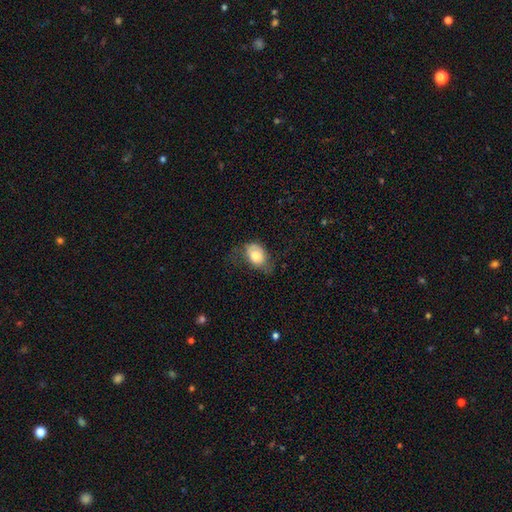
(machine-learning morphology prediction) The model was most divided on "merging": none: 40%, minor disturbance: 34%, major disturbance: 25%, merger: 2%. More confident: how rounded — in between (76%); smooth or featured — smooth (71%).